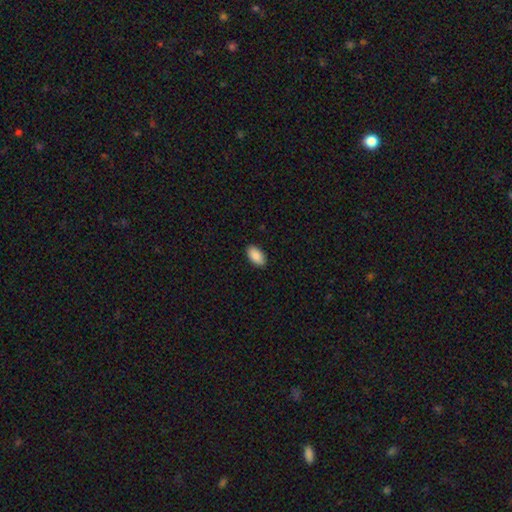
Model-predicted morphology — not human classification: type=smooth (89%); roundness=in between (95%); merging=none (90%).